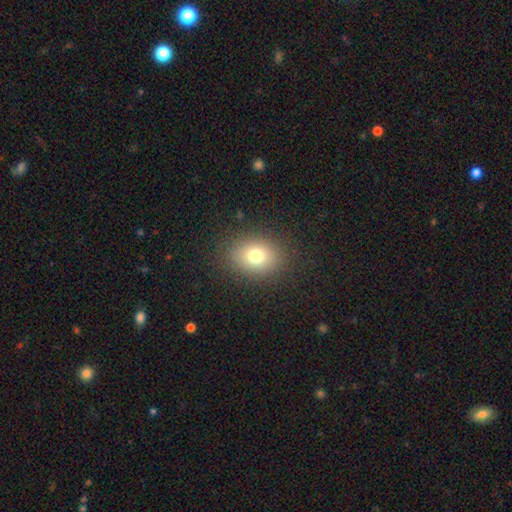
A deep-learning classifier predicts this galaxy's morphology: Smooth or featured: smooth — 75% (star or artifact — 13%)
How rounded: in between — 57% (round — 42%)
Merging: none — 86% (minor disturbance — 9%)